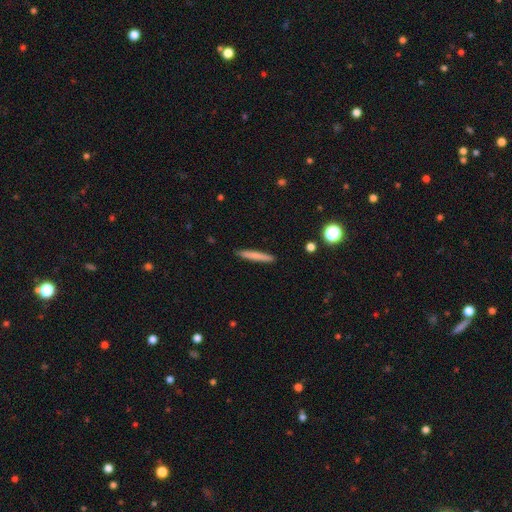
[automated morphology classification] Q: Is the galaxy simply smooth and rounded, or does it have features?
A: smooth — 75%.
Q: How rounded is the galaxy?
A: cigar-shaped — 95%.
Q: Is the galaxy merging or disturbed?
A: none — 91%.